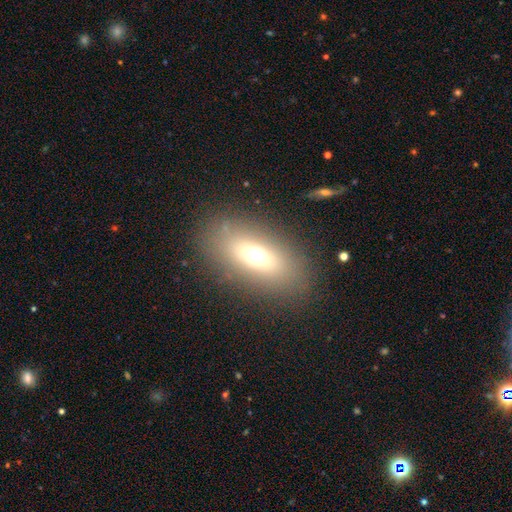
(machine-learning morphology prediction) Smooth or featured?
  - smooth: 63% *
  - featured or disk: 23%
  - star or artifact: 14%
How rounded?
  - in between: 80% *
  - cigar-shaped: 11%
  - round: 9%
Merging?
  - none: 83% *
  - minor disturbance: 10%
  - major disturbance: 6%
  - merger: 2%